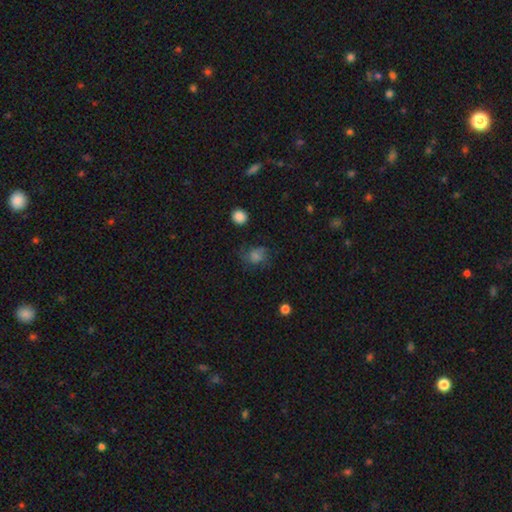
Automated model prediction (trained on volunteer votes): Smooth or featured?
  - smooth: 51% *
  - featured or disk: 27%
  - star or artifact: 21%
How rounded?
  - round: 58% *
  - in between: 40%
  - cigar-shaped: 1%
Merging?
  - none: 60% *
  - minor disturbance: 22%
  - major disturbance: 16%
  - merger: 3%